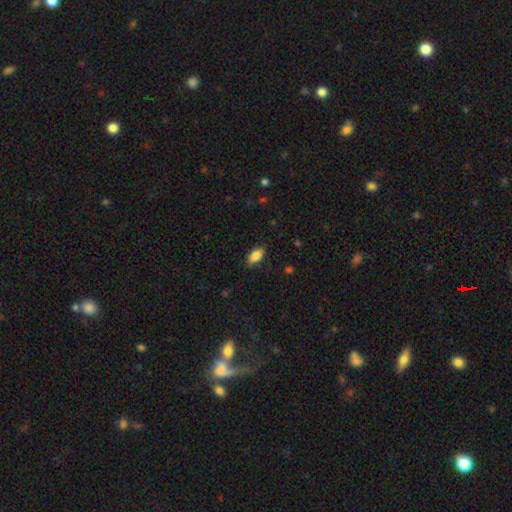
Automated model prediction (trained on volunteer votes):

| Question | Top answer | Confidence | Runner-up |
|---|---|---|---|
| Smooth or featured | smooth | 85% | star or artifact (7%) |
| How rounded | in between | 90% | cigar-shaped (7%) |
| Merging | none | 85% | minor disturbance (12%) |